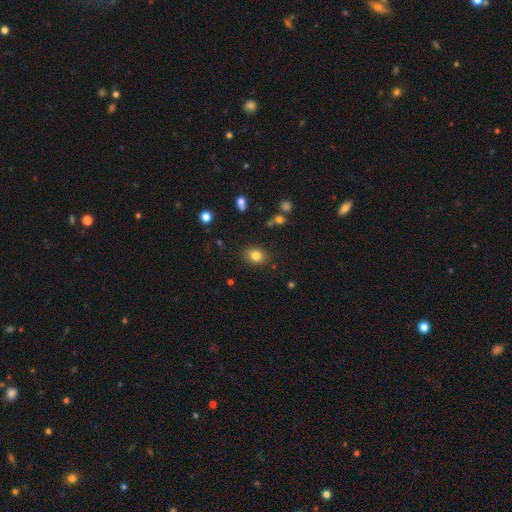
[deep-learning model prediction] Smooth or featured: smooth — 81% (star or artifact — 12%)
How rounded: in between — 50% (round — 49%)
Merging: none — 85% (minor disturbance — 10%)